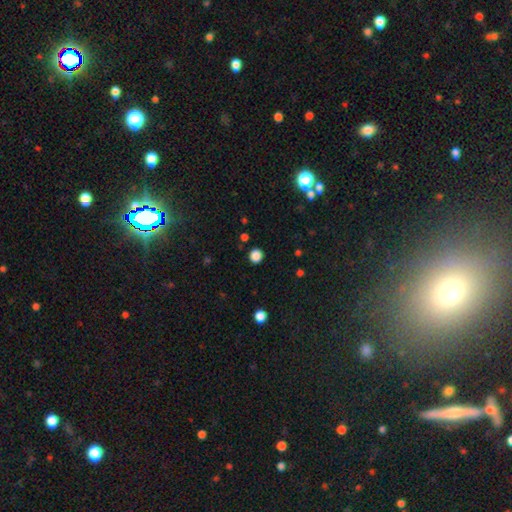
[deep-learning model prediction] Smooth or featured? smooth (85%)
How rounded? round (89%)
Merging? none (90%)